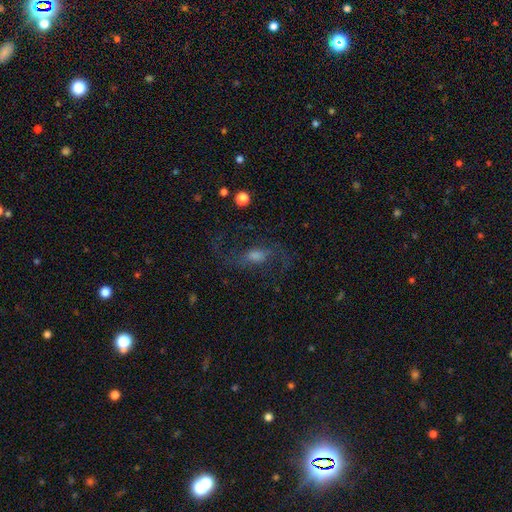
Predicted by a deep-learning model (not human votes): Overall: featured or disk (74%). Edge-on disk: no (93%). Bar: weak (47%; no 37%). Spiral arms: yes (92%). Spiral arm count: 2 (91%). Spiral winding: loose (64%; medium 30%). Bulge size: moderate (44%; small 21%). Merging: none (70%).